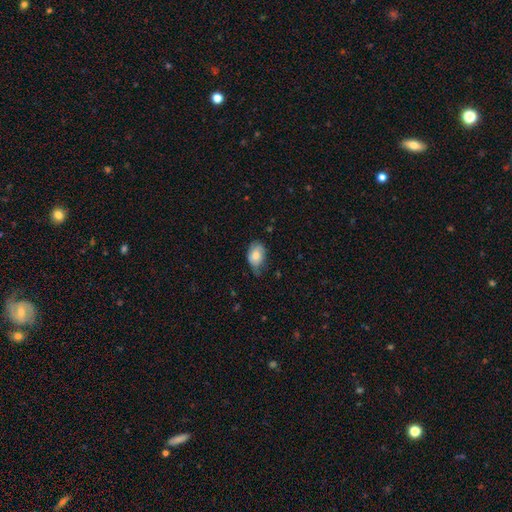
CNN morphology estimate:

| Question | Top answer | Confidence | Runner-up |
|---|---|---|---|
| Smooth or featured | smooth | 74% | featured or disk (19%) |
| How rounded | in between | 85% | round (13%) |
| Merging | none | 53% | minor disturbance (37%) |